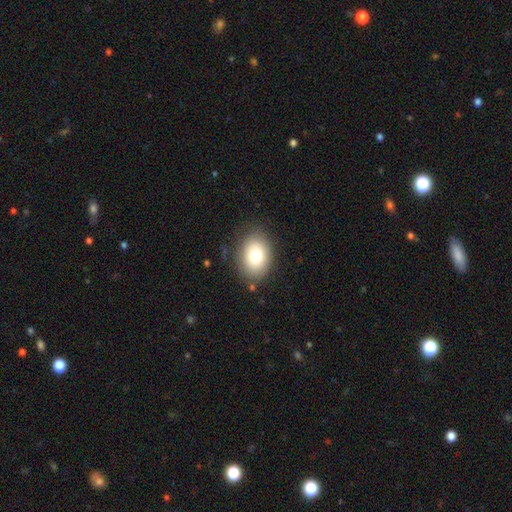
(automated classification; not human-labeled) Smooth or featured: smooth — 76% (featured or disk — 15%)
How rounded: in between — 65% (round — 34%)
Merging: none — 82% (minor disturbance — 12%)